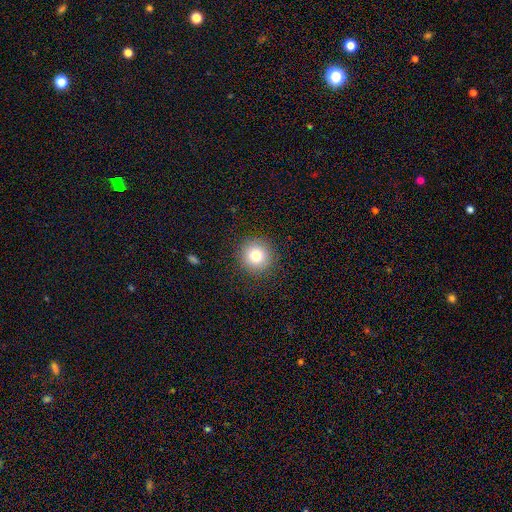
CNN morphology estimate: Smooth or featured? smooth (81%)
How rounded? round (94%)
Merging? none (90%)